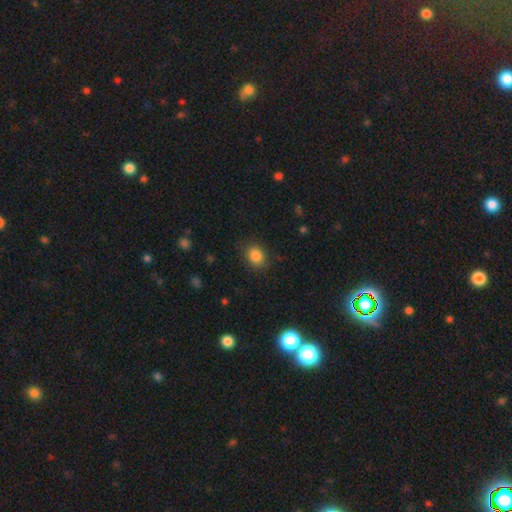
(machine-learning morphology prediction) Q: Smooth or featured?
A: smooth (84%); runner-up: star or artifact (10%)
Q: How rounded?
A: round (54%); runner-up: in between (45%)
Q: Merging?
A: none (83%); runner-up: minor disturbance (12%)